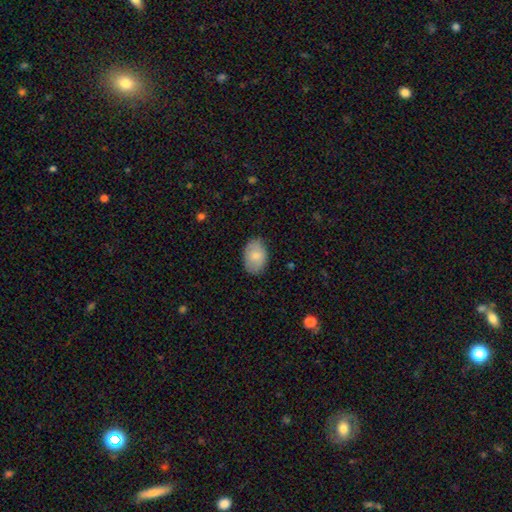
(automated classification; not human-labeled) Smooth or featured? smooth (80%)
How rounded? in between (84%)
Merging? none (81%)